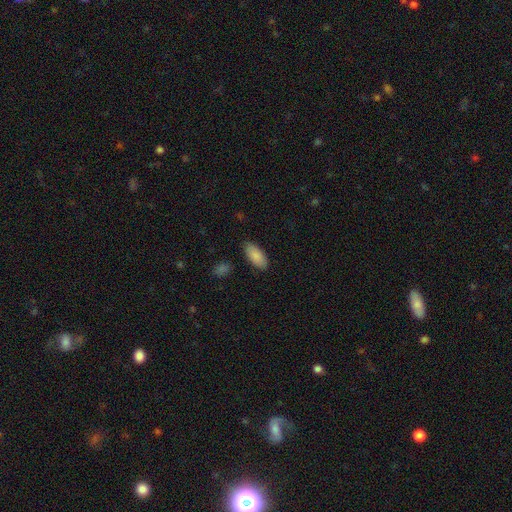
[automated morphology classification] Overall: smooth (87%). How rounded: in between (91%). Merging: none (85%).